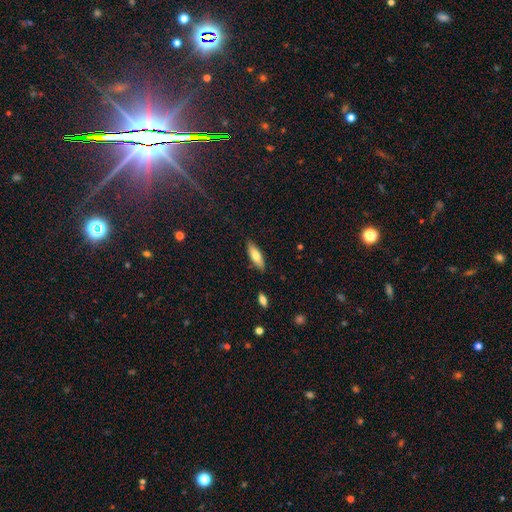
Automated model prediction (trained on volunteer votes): Morphology: type=smooth (71%); roundness=in between (50%); merging=none (86%).